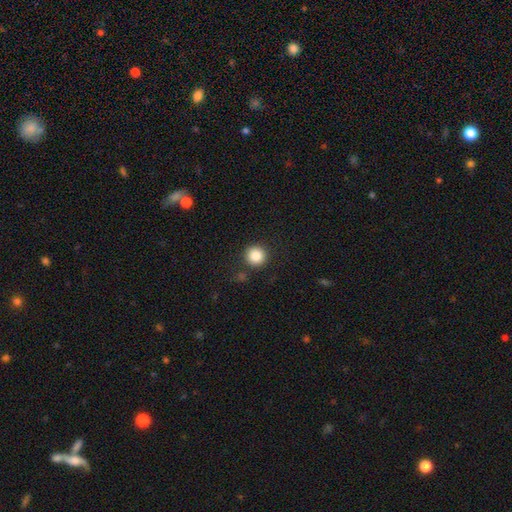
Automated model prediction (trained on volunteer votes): This appears to be a smooth galaxy with no disk features (85%) that is round (95%). Merging: none (88%).